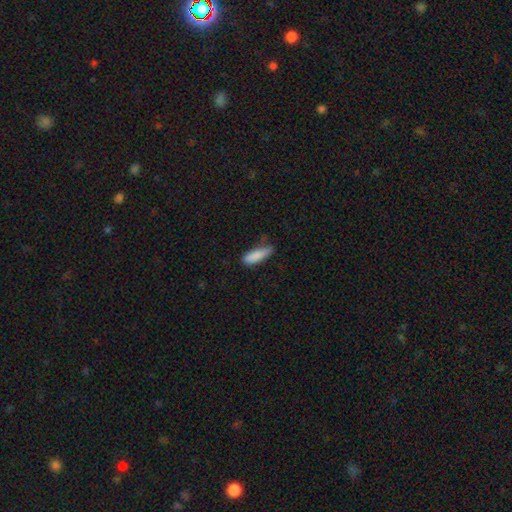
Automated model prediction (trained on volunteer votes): Smooth or featured? smooth (86%)
How rounded? cigar-shaped (54%)
Merging? none (59%)